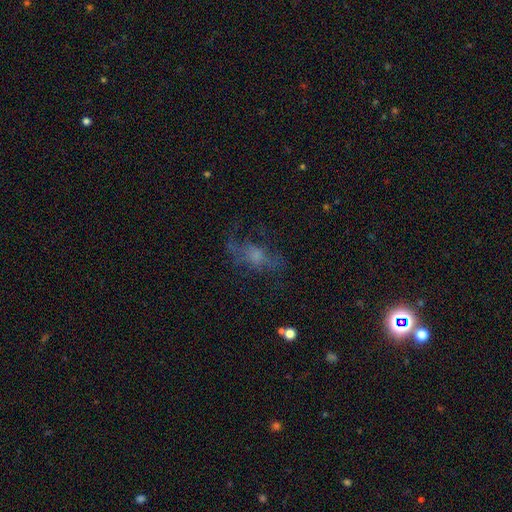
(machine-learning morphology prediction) featured or disk 50%, smooth 31%, star or artifact 19%. Down the decision tree: edge-on disk — no (88%); merging — none (48%).